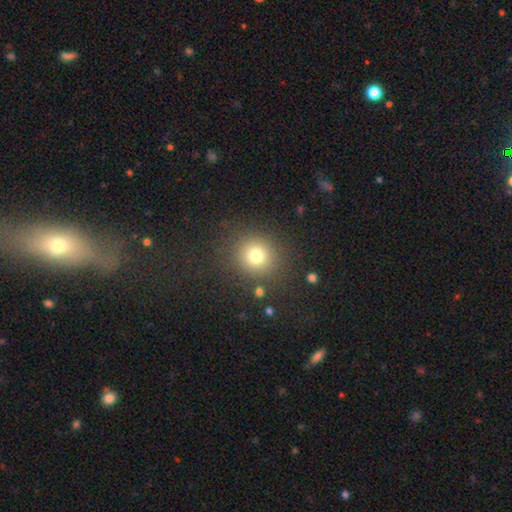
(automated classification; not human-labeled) Morphology: type=smooth (75%); roundness=round (90%); merging=none (86%).